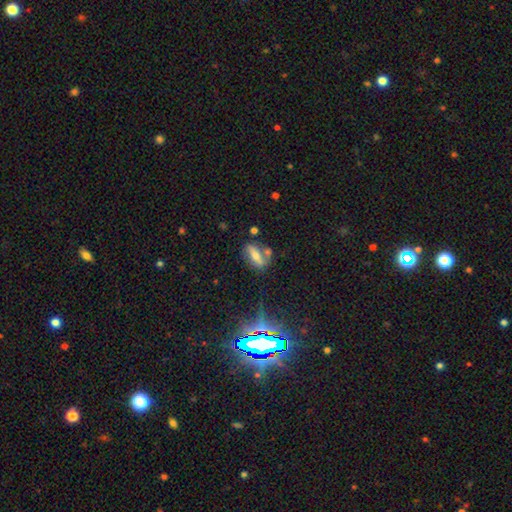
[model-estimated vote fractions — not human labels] Q: Smooth or featured?
A: featured or disk (43%); runner-up: smooth (41%)
Q: Merging?
A: none (54%); runner-up: minor disturbance (19%)